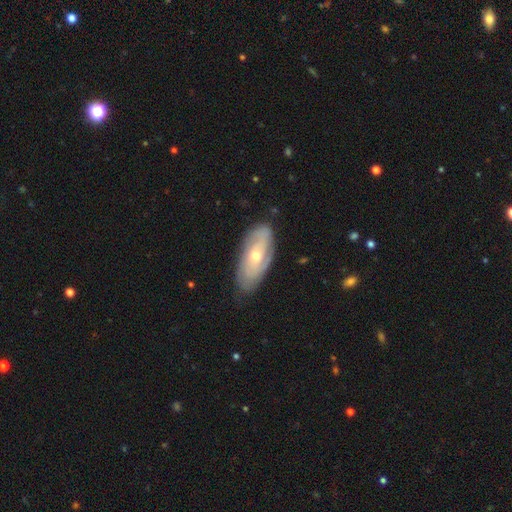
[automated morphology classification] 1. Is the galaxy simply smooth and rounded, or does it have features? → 66% featured or disk, 28% smooth, 6% star or artifact.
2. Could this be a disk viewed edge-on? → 87% no, 13% yes.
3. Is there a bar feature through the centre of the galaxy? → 69% no, 25% weak, 6% strong.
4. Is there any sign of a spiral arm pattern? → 79% yes, 21% no.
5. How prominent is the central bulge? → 49% small, 48% moderate, 2% large, 1% none, 1% dominant.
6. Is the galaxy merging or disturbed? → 78% none, 17% minor disturbance, 4% major disturbance, 1% merger.